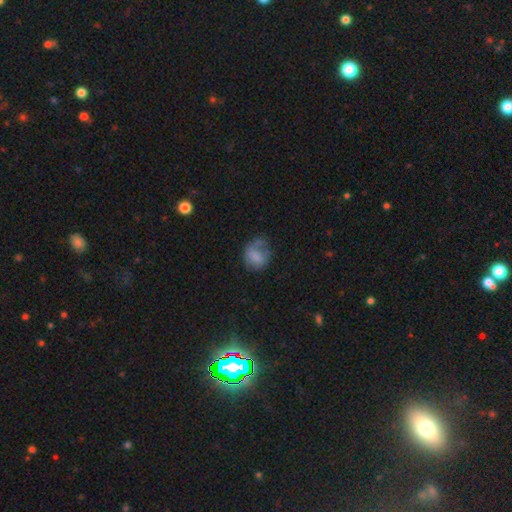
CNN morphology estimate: smooth-or-featured: smooth: 67% | featured or disk: 23% | star or artifact: 10%
  how-rounded: round: 61% | in between: 38% | cigar-shaped: 1%
  merging: none: 42% | minor disturbance: 29% | major disturbance: 25% | merger: 4%